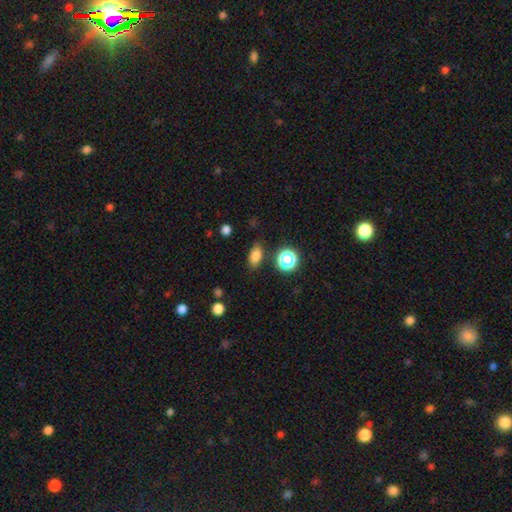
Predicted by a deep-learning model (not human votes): smooth-or-featured: smooth: 81% | star or artifact: 13% | featured or disk: 6%
  how-rounded: in between: 81% | round: 15% | cigar-shaped: 4%
  merging: none: 83% | minor disturbance: 11% | major disturbance: 3% | merger: 3%